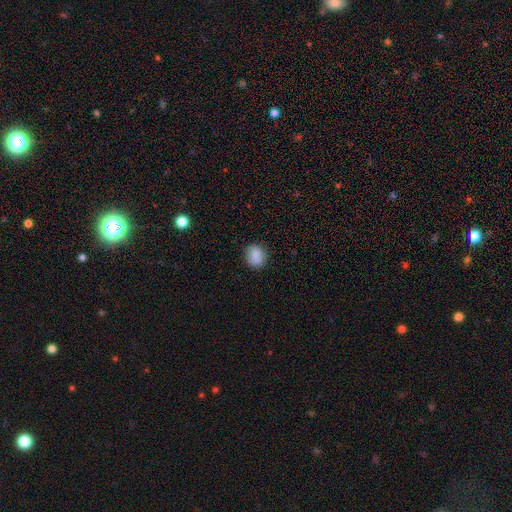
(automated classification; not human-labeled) Smooth or featured?
  - smooth: 85% *
  - star or artifact: 9%
  - featured or disk: 6%
How rounded?
  - round: 65% *
  - in between: 34%
  - cigar-shaped: 1%
Merging?
  - none: 84% *
  - minor disturbance: 12%
  - major disturbance: 3%
  - merger: 1%